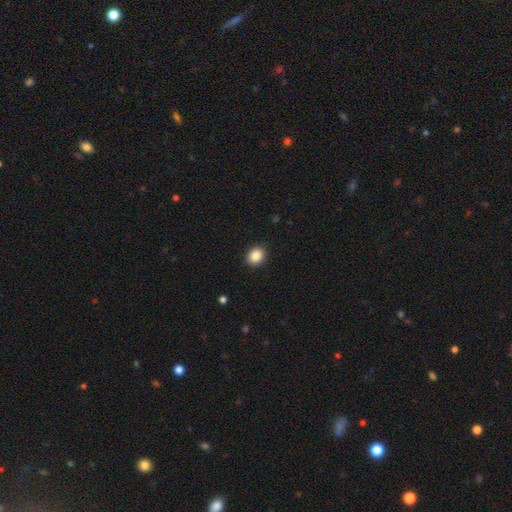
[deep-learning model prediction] Smooth or featured: smooth — 87% (star or artifact — 9%)
How rounded: round — 61% (in between — 38%)
Merging: none — 91% (minor disturbance — 6%)